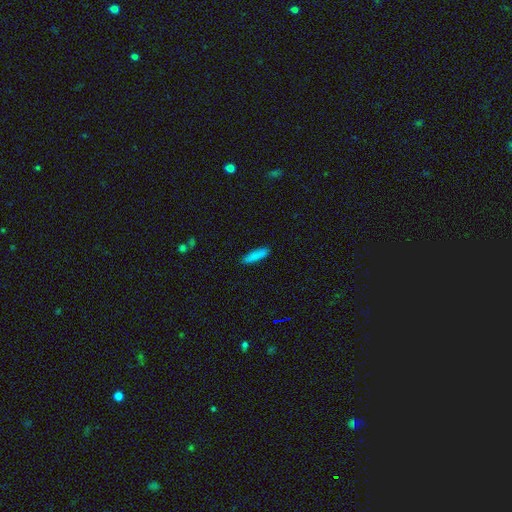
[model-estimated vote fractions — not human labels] smooth_or_featured: smooth (p=0.86) [alt: star or artifact p=0.08]
how_rounded: cigar-shaped (p=0.69) [alt: in between p=0.29]
merging: none (p=0.88) [alt: minor disturbance p=0.09]